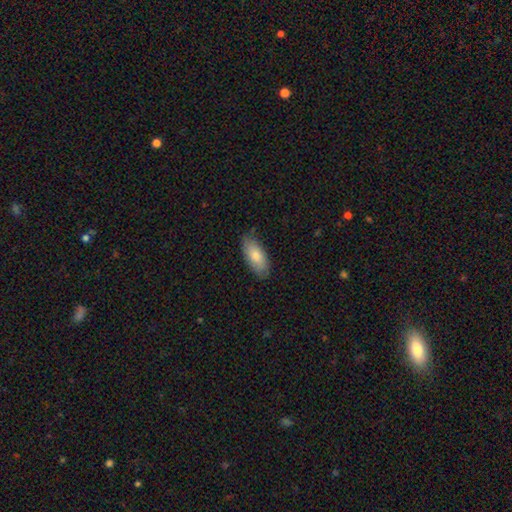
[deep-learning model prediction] This is likely a smooth galaxy (79%). How rounded: clearly in between (88%). Merging: likely none (79%).